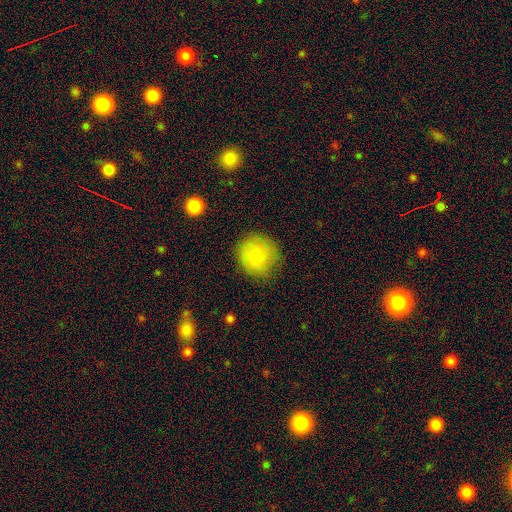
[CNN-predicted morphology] type=smooth (81%); roundness=round (92%); merging=none (79%).